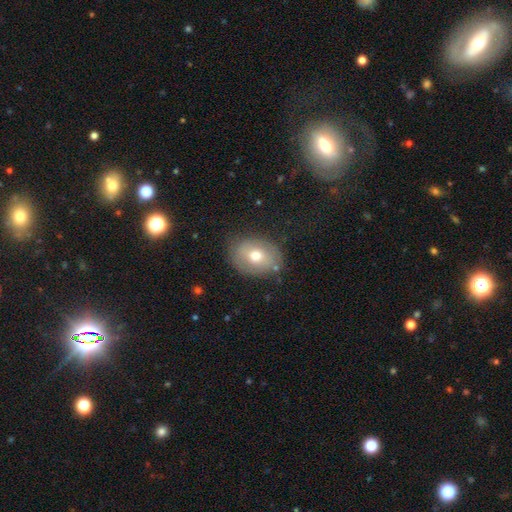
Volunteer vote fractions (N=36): Smooth or featured: smooth — 75% (featured or disk — 22%)
How rounded: in between — 81% (round — 15%)
Merging: none — 63% (minor disturbance — 17%)